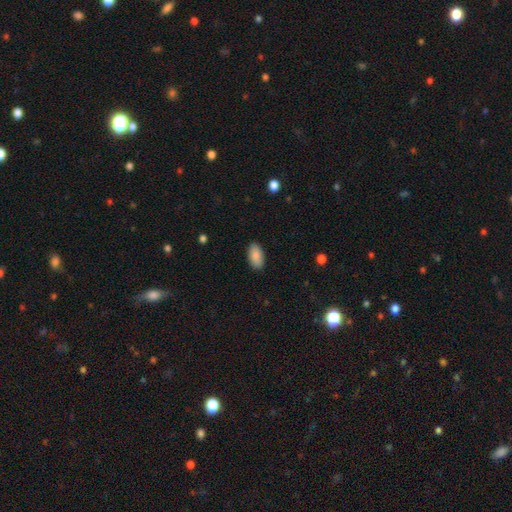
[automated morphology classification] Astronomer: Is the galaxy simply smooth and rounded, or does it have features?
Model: smooth — 89%.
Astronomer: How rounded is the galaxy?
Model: in between — 94%.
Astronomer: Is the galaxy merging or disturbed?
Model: none — 88%.